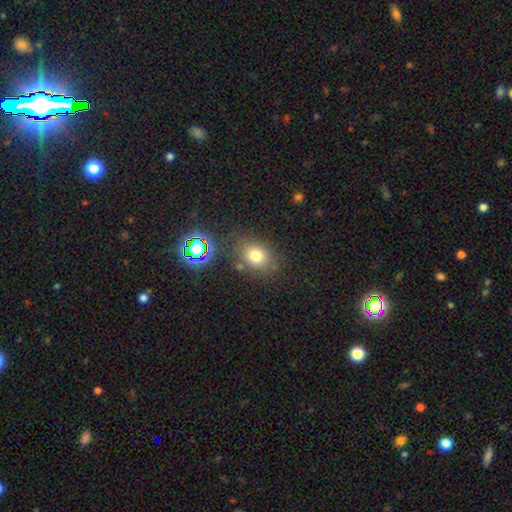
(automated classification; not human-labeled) smooth 73%, star or artifact 17%, featured or disk 10%. Down the decision tree: how rounded — in between (51%); merging — none (75%).